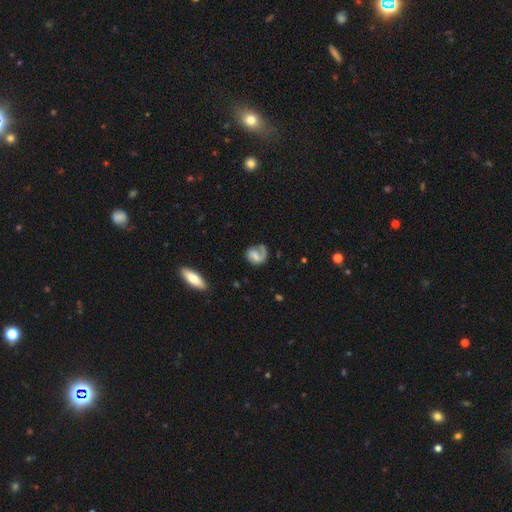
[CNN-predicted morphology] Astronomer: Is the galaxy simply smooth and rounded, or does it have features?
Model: featured or disk — 61%.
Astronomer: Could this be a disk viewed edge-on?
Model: no — 97%.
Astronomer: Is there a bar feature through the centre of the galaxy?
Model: no — 52% (runner-up: weak, 37%).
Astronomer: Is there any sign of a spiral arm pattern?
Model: yes — 86%.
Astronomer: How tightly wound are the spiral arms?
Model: medium — 39% (runner-up: tight, 31%).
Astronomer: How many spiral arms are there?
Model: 1 — 62%.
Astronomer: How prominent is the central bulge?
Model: none — 36% (runner-up: small, 32%).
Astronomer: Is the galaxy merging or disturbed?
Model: none — 53%.